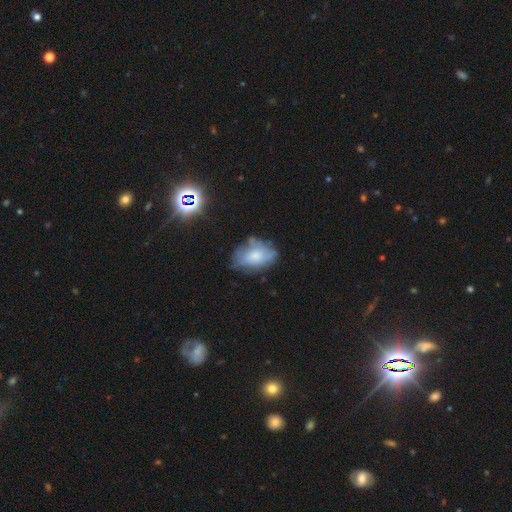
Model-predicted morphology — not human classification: The model was most divided on "smooth or featured": smooth: 54%, featured or disk: 37%, star or artifact: 9%. More confident: how rounded — in between (86%); merging — none (52%).